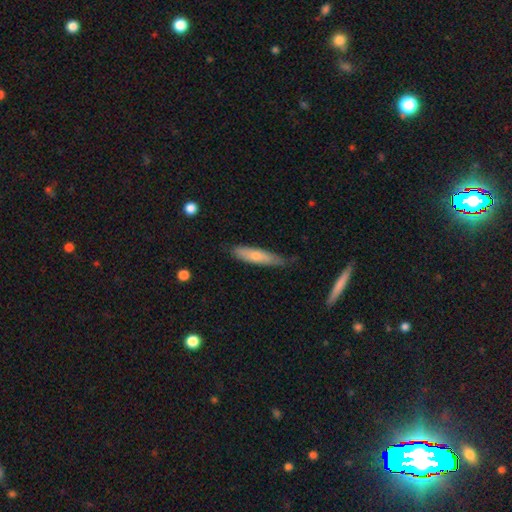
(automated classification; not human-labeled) smooth_or_featured: smooth (p=0.71) [alt: featured or disk p=0.23]
how_rounded: cigar-shaped (p=0.78) [alt: in between p=0.20]
merging: none (p=0.66) [alt: minor disturbance p=0.27]